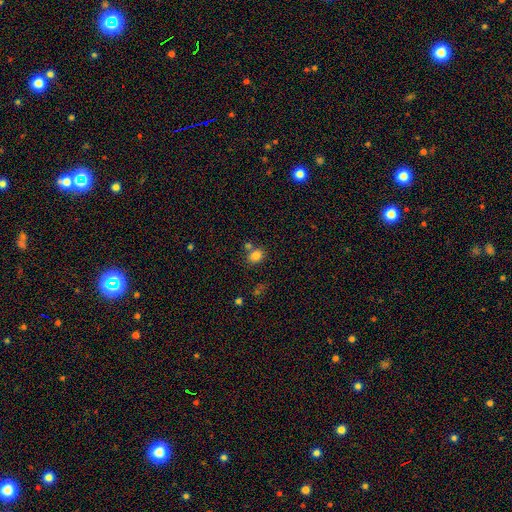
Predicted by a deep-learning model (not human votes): Smooth or featured? smooth (81%)
How rounded? round (58%)
Merging? none (65%)